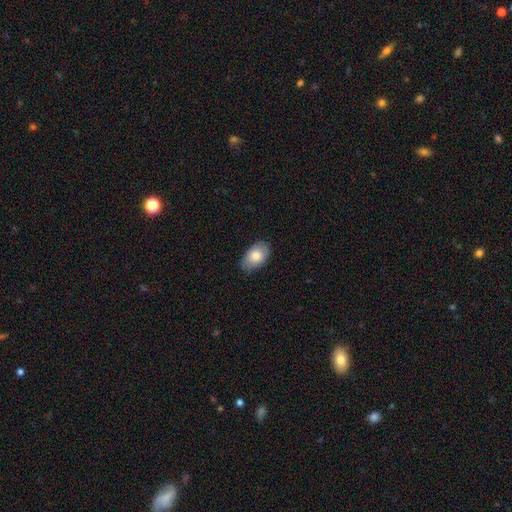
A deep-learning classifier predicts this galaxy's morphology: This appears to be a smooth galaxy with no disk features (78%) that is in between round and cigar-shaped (90%). Merging: none (78%).